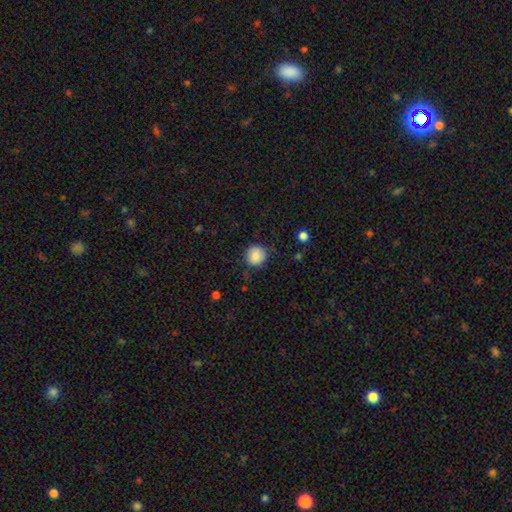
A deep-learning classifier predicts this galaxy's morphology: The model was most divided on "merging": none: 83%, minor disturbance: 12%, major disturbance: 3%, merger: 1%. More confident: how rounded — round (92%); smooth or featured — smooth (87%).